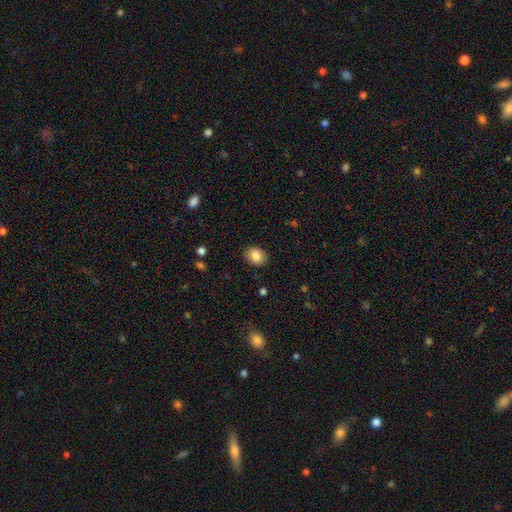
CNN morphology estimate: The model was most divided on "how rounded": in between: 52%, round: 47%, cigar-shaped: 1%. More confident: merging — none (88%); smooth or featured — smooth (86%).